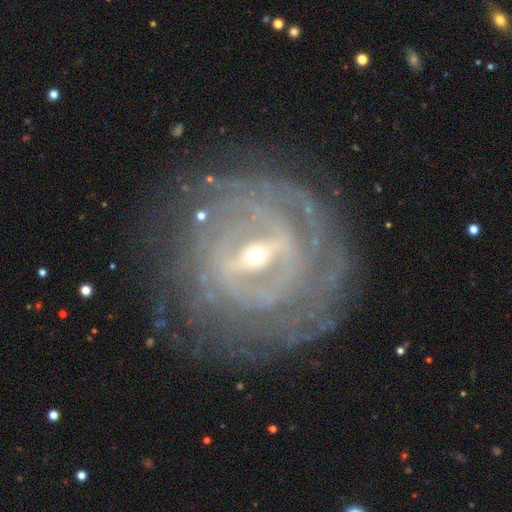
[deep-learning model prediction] featured or disk 86%, smooth 7%, star or artifact 7%. Down the decision tree: edge-on disk — no (94%); bar — strong (59%); spiral arms — yes (89%); spiral arm count — can't tell (44%); spiral winding — tight (84%); bulge size — small (60%); merging — none (81%).